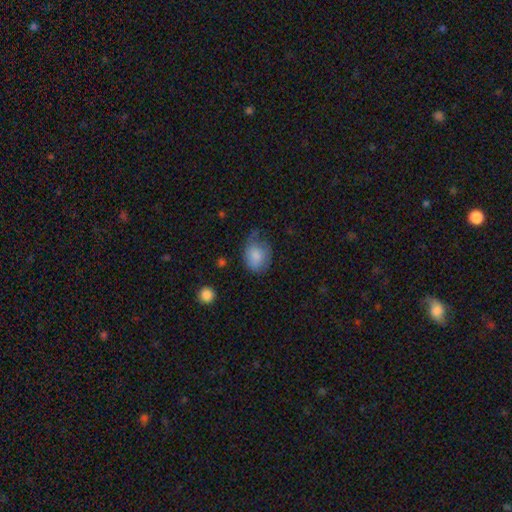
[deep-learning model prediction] A smooth galaxy with no disk features (79%) that is in between round and cigar-shaped (57%).

Vote fractions:
- Smooth or featured? smooth: 79% / featured or disk: 14% / star or artifact: 7%
- How rounded? in between: 57% / round: 42% / cigar-shaped: 1%
- Merging? none: 40% / minor disturbance: 37% / major disturbance: 20% / merger: 2%